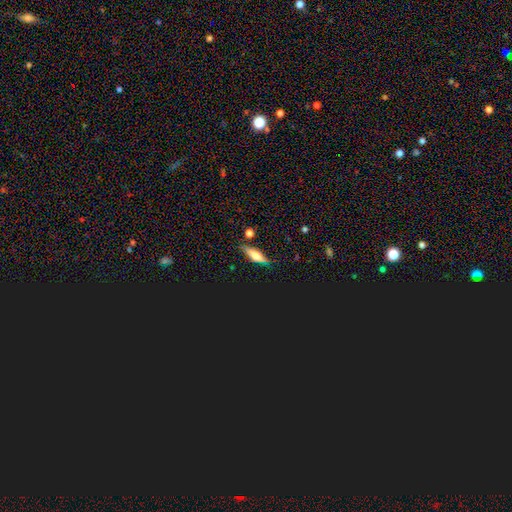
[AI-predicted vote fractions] featured or disk 44%, smooth 43%, star or artifact 13%. Down the decision tree: merging — none (78%).